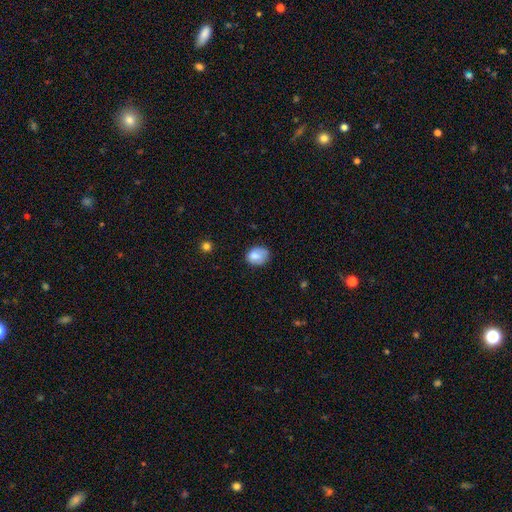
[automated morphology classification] A smooth galaxy with no disk features (80%) that is in between round and cigar-shaped (50%).

Vote fractions:
- Smooth or featured? smooth: 80% / featured or disk: 11% / star or artifact: 9%
- How rounded? in between: 50% / round: 49% / cigar-shaped: 1%
- Merging? none: 61% / minor disturbance: 29% / major disturbance: 8% / merger: 2%